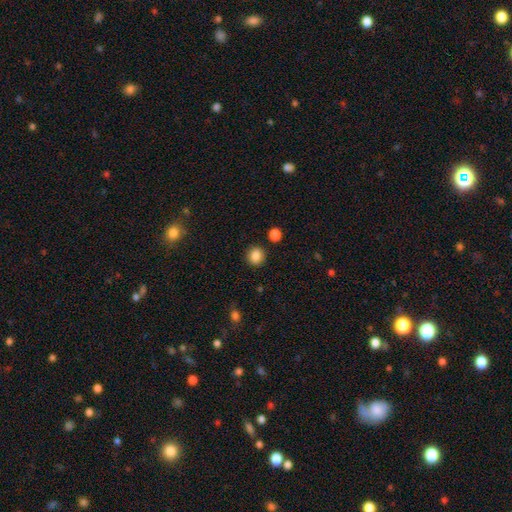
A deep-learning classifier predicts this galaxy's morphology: Overall: smooth (86%). How rounded: round (85%). Merging: none (89%).